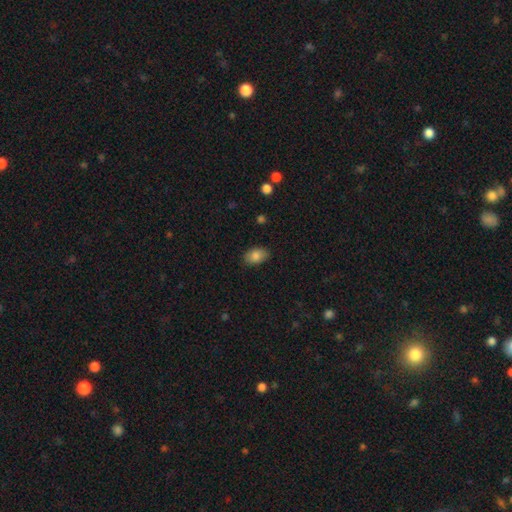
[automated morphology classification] smooth 85%, star or artifact 8%, featured or disk 7%. Down the decision tree: how rounded — in between (88%); merging — none (85%).